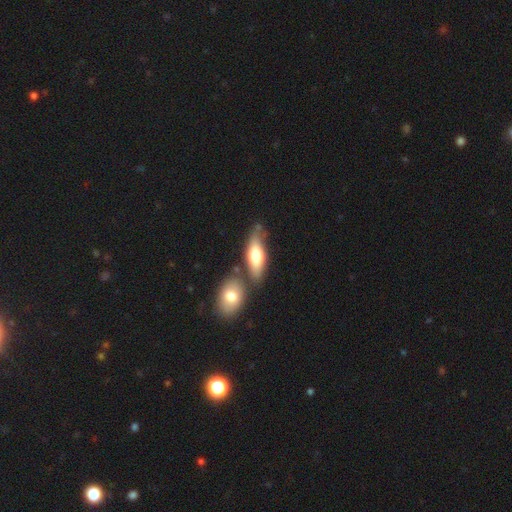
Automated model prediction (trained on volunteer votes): smooth_or_featured: smooth (p=0.63) [alt: featured or disk p=0.31]
how_rounded: in between (p=0.69) [alt: cigar-shaped p=0.28]
merging: none (p=0.61) [alt: merger p=0.20]